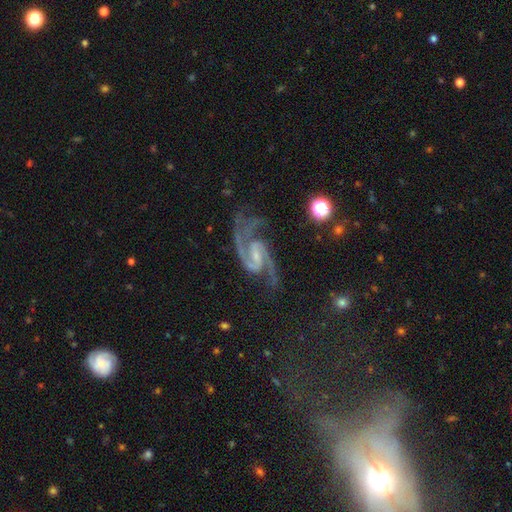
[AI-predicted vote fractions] smooth_or_featured: featured or disk (p=0.92) [alt: star or artifact p=0.05]
disk_edge_on: no (p=0.98) [alt: yes p=0.02]
bar: weak (p=0.52) [alt: no p=0.26]
has_spiral_arms: yes (p=0.99) [alt: no p=0.01]
spiral_winding: medium (p=0.61) [alt: loose p=0.21]
spiral_arm_count: 2 (p=0.90) [alt: 3 p=0.03]
bulge_size: small (p=0.68) [alt: moderate p=0.20]
merging: none (p=0.63) [alt: minor disturbance p=0.20]